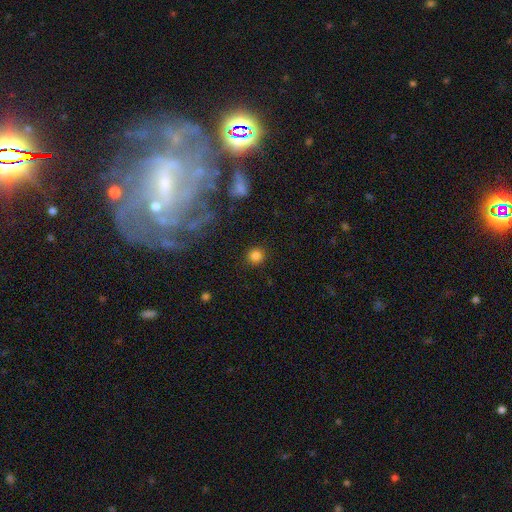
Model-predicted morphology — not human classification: This is clearly a smooth galaxy (82%). How rounded: clearly round (93%). Merging: clearly none (90%).